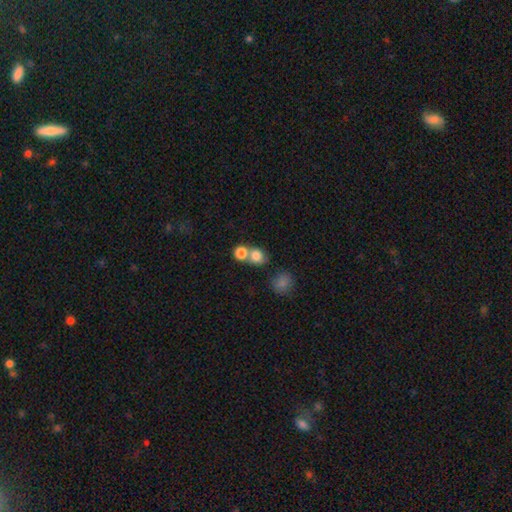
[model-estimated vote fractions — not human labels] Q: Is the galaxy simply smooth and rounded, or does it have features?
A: smooth — 81%.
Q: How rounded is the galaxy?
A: round — 74%.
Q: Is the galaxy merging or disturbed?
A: merger — 49%.